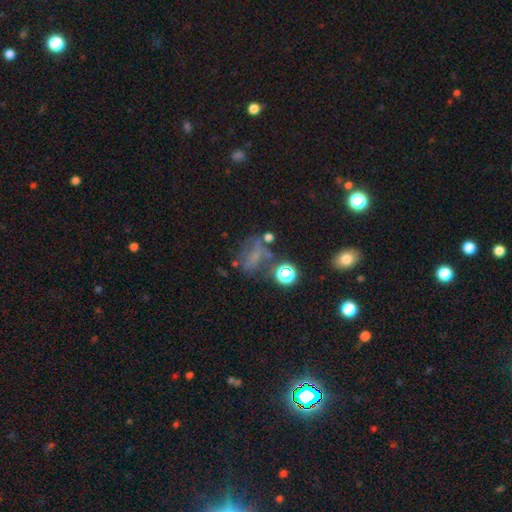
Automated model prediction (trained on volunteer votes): smooth_or_featured: smooth (p=0.39) [alt: featured or disk p=0.32]
merging: none (p=0.42) [alt: major disturbance p=0.25]